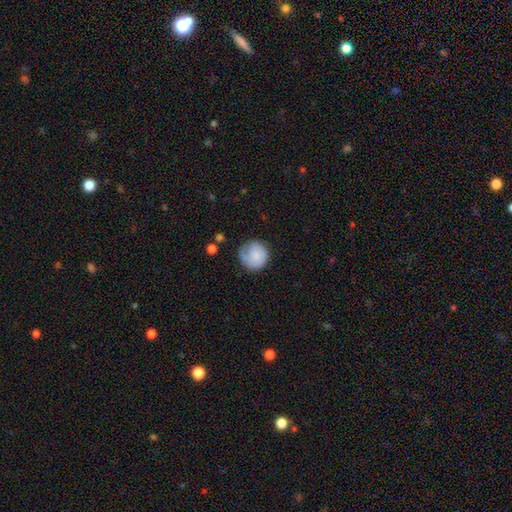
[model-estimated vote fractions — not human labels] Smooth or featured? Predicted: smooth (p=0.67). How rounded? Predicted: round (p=0.90). Merging? Predicted: none (p=0.63).